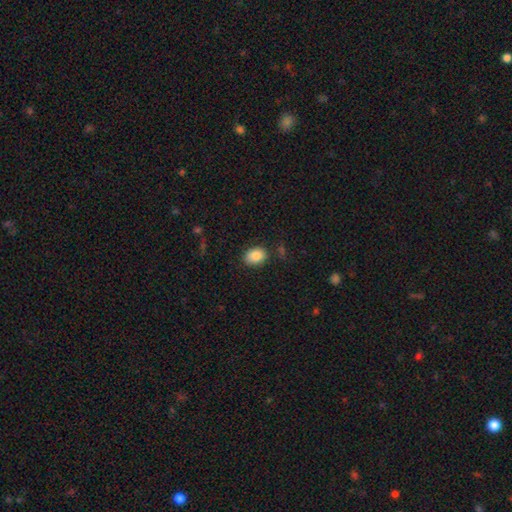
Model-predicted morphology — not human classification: Smooth or featured? Predicted: smooth (p=0.86). How rounded? Predicted: in between (p=0.70). Merging? Predicted: none (p=0.81).